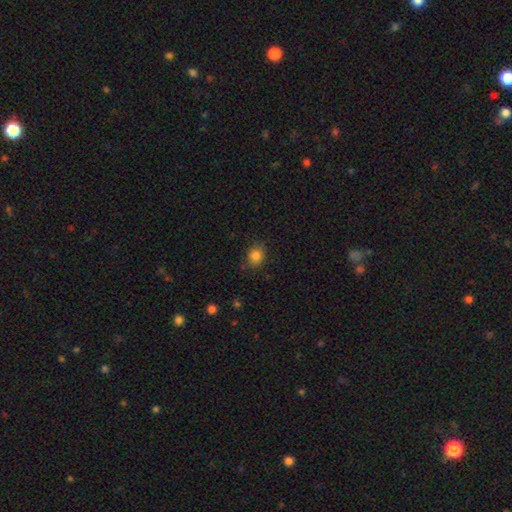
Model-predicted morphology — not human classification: Smooth or featured: smooth — 84% (star or artifact — 11%)
How rounded: round — 69% (in between — 30%)
Merging: none — 79% (minor disturbance — 15%)